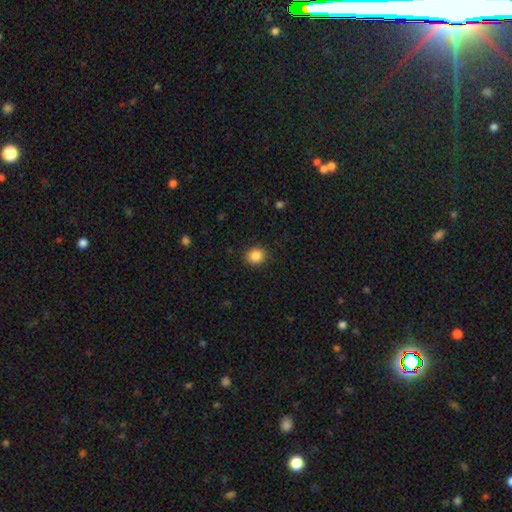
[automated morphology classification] type=smooth (86%); roundness=round (80%); merging=none (90%).